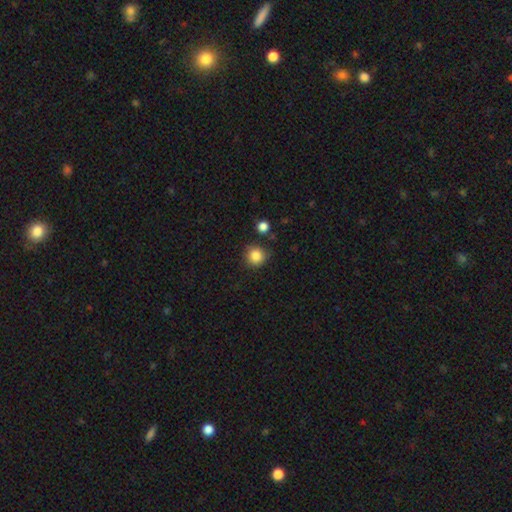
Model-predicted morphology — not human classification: This is clearly a smooth galaxy (85%). How rounded: clearly round (92%). Merging: clearly none (81%).